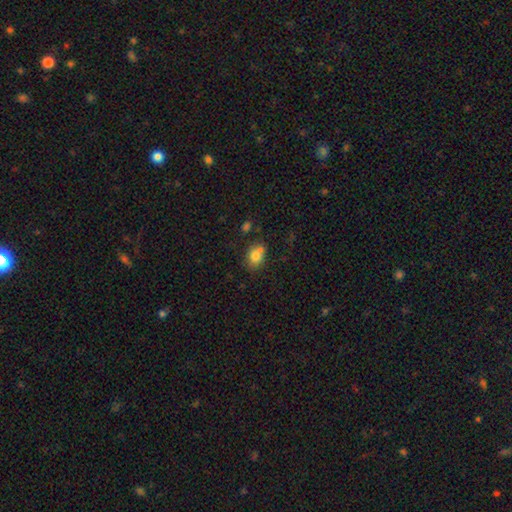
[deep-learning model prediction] Smooth or featured? Predicted: smooth (p=0.79). How rounded? Predicted: in between (p=0.61). Merging? Predicted: none (p=0.59).